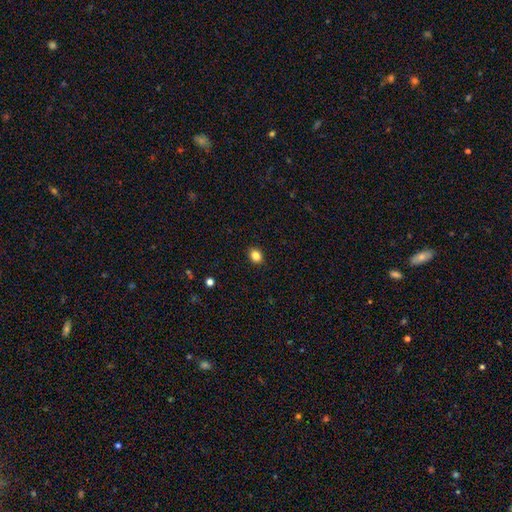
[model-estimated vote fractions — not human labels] smooth_or_featured: smooth (p=0.84) [alt: star or artifact p=0.11]
how_rounded: round (p=0.56) [alt: in between p=0.43]
merging: none (p=0.91) [alt: minor disturbance p=0.07]